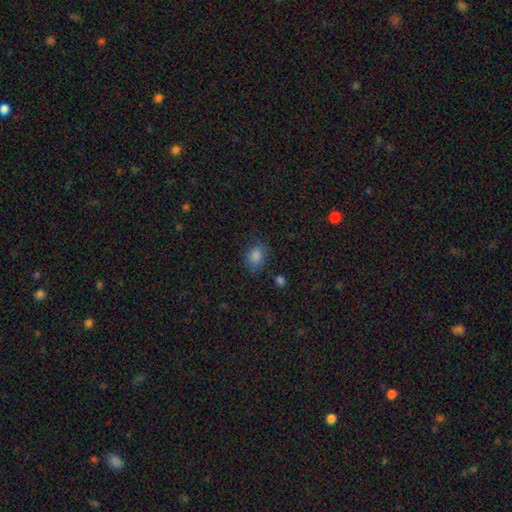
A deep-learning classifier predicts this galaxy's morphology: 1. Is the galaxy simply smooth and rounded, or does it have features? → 81% smooth, 13% star or artifact, 6% featured or disk.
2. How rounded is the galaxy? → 64% in between, 35% round, 1% cigar-shaped.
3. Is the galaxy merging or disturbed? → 78% none, 16% minor disturbance, 4% major disturbance, 2% merger.